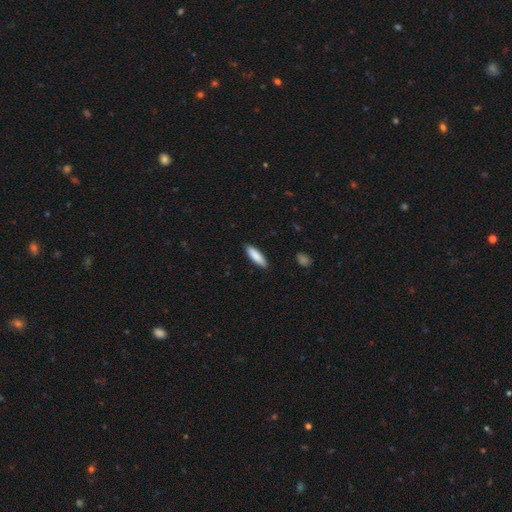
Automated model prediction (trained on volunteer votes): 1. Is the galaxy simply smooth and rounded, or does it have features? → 88% smooth, 7% featured or disk, 5% star or artifact.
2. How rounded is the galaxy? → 55% cigar-shaped, 43% in between, 1% round.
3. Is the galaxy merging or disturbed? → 89% none, 8% minor disturbance, 2% major disturbance, 1% merger.